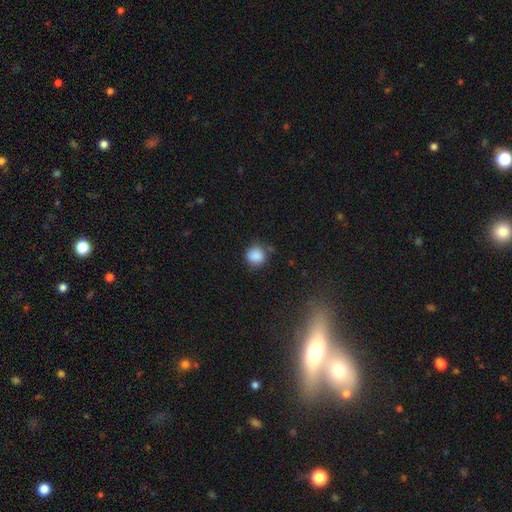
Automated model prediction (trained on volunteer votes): smooth_or_featured: smooth (p=0.86) [alt: star or artifact p=0.09]
how_rounded: round (p=0.88) [alt: in between p=0.11]
merging: none (p=0.73) [alt: minor disturbance p=0.18]